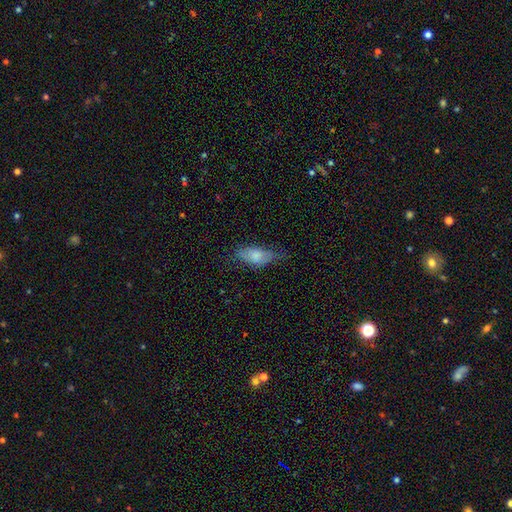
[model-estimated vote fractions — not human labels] Smooth or featured: smooth — 70% (featured or disk — 23%)
How rounded: in between — 82% (cigar-shaped — 15%)
Merging: none — 48% (minor disturbance — 35%)